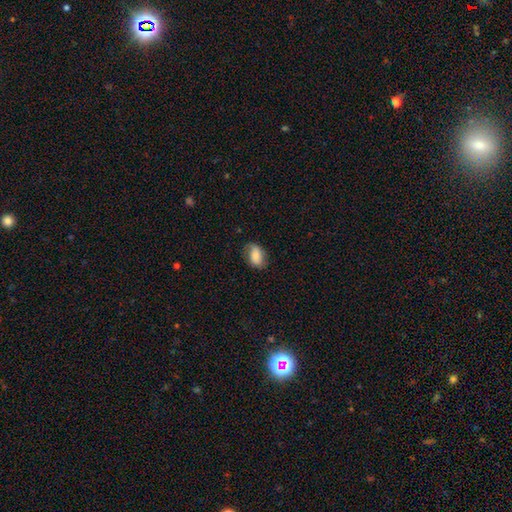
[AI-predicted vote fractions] smooth_or_featured: smooth (p=0.73) [alt: featured or disk p=0.19]
how_rounded: in between (p=0.87) [alt: round p=0.11]
merging: none (p=0.67) [alt: minor disturbance p=0.24]